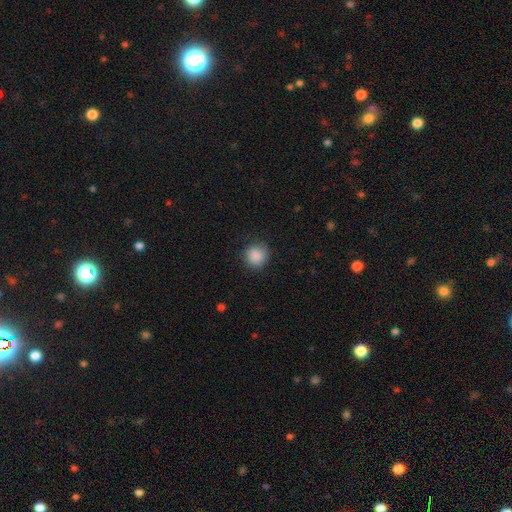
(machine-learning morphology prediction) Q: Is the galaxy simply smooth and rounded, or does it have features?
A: smooth — 88%.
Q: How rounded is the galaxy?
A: round — 91%.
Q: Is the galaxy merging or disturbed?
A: none — 83%.